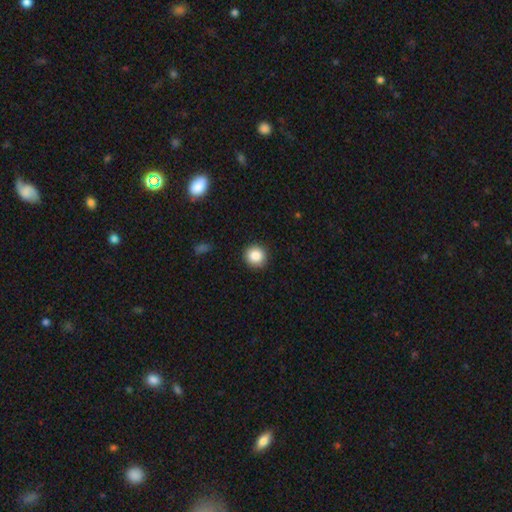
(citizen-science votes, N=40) Volunteers were most divided on "smooth or featured": smooth: 90%, star or artifact: 8%, featured or disk: 2%. More confident: merging — none (92%); how rounded — round (92%).